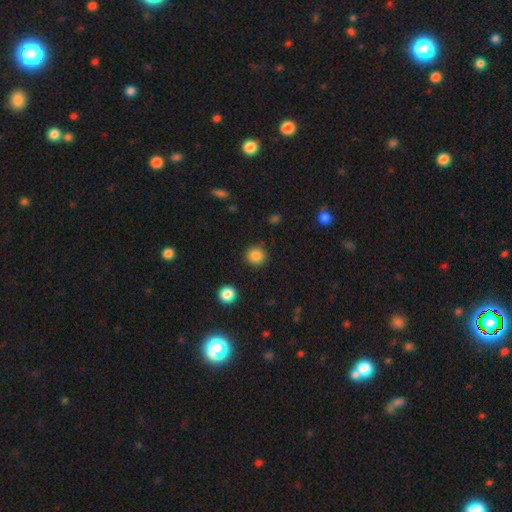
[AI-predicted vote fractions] This appears to be a smooth galaxy with no disk features (85%) that is round (93%). Merging: none (89%).